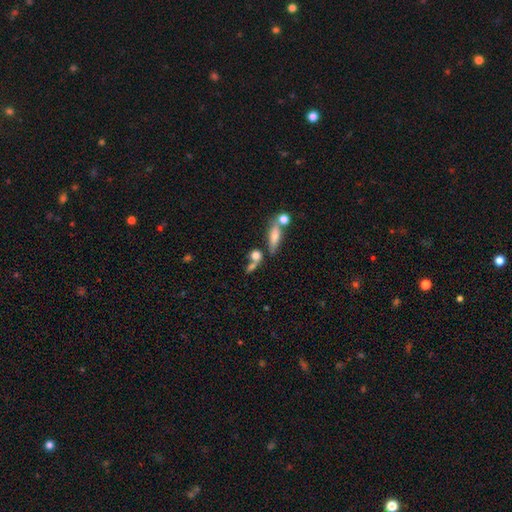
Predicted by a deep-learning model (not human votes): Morphology: type=smooth (71%); roundness=in between (44%); merging=none (46%).